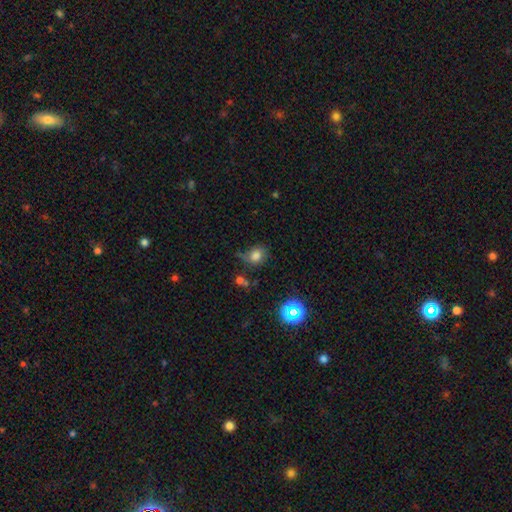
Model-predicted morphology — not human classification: Smooth or featured? Predicted: smooth (p=0.76). How rounded? Predicted: round (p=0.64). Merging? Predicted: none (p=0.52).